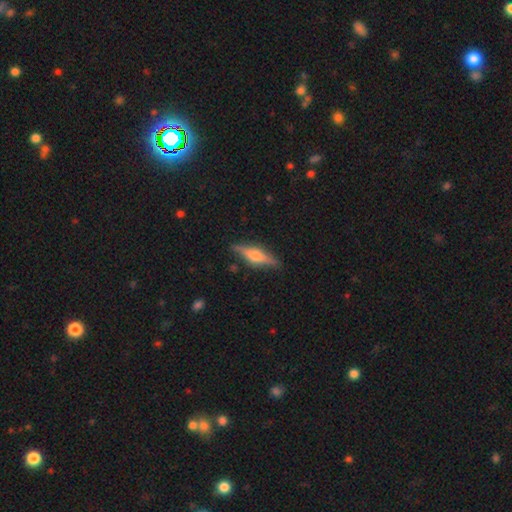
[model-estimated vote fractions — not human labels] Smooth or featured? Predicted: featured or disk (p=0.64). Edge-on disk? Predicted: yes (p=0.95). Edge-on bulge? Predicted: rounded (p=0.88). Merging? Predicted: none (p=0.85).